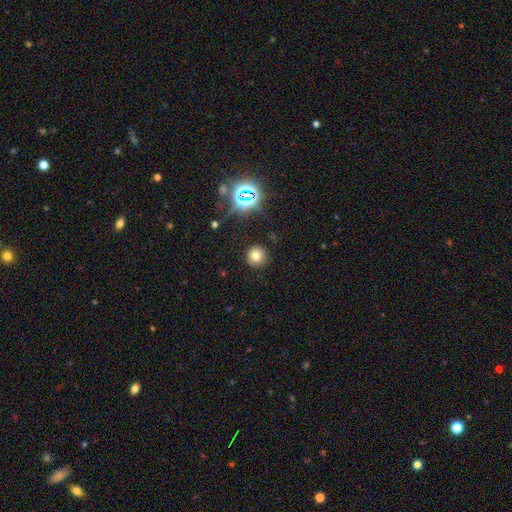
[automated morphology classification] Smooth or featured? smooth (72%)
How rounded? round (93%)
Merging? none (89%)